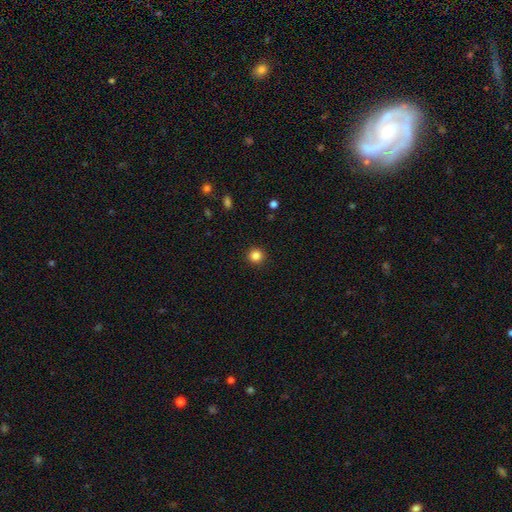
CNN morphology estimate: smooth-or-featured: smooth: 85% | star or artifact: 11% | featured or disk: 4%
  how-rounded: round: 94% | in between: 5% | cigar-shaped: 1%
  merging: none: 92% | minor disturbance: 5% | major disturbance: 2% | merger: 1%